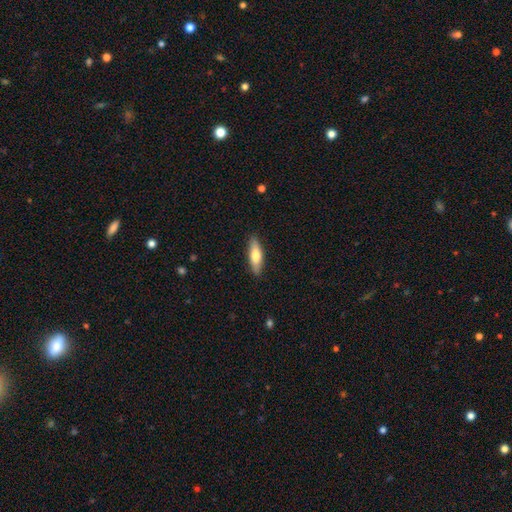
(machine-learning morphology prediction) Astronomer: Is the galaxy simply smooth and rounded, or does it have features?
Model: smooth — 69%.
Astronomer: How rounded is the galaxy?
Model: cigar-shaped — 50% (runner-up: in between, 48%).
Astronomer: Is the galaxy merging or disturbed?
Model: none — 87%.